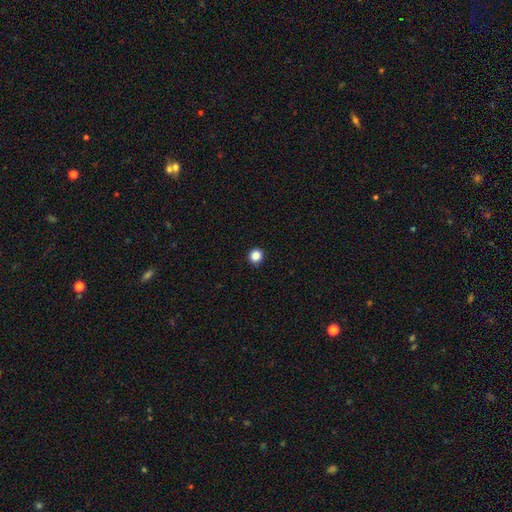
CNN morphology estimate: type=smooth (86%); roundness=round (94%); merging=none (93%).